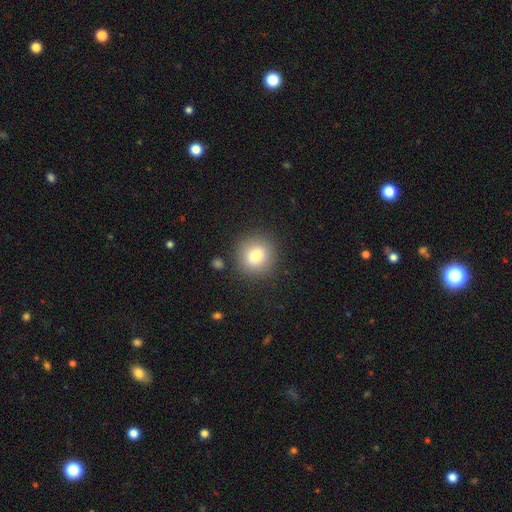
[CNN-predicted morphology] Smooth or featured: smooth — 80% (star or artifact — 10%)
How rounded: round — 91% (in between — 8%)
Merging: none — 87% (minor disturbance — 8%)